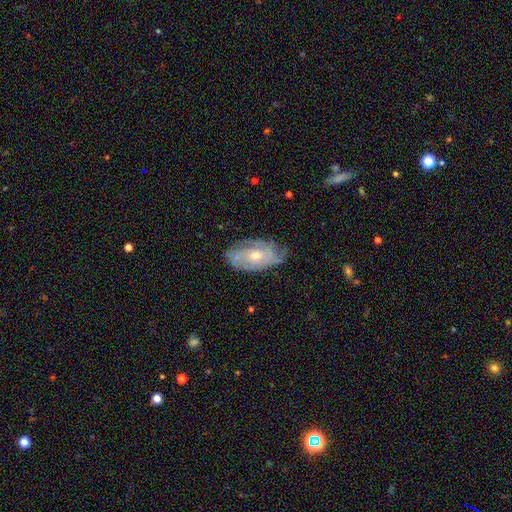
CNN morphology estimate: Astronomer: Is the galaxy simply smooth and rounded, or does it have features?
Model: featured or disk — 75%.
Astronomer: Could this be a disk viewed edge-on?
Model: no — 93%.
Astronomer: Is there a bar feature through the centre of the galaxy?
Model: no — 73%.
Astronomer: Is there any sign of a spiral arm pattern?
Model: yes — 88%.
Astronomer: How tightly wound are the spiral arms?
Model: tight — 57%.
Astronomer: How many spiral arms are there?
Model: can't tell — 44%.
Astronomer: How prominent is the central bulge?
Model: moderate — 60%.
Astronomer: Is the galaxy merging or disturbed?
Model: none — 70%.